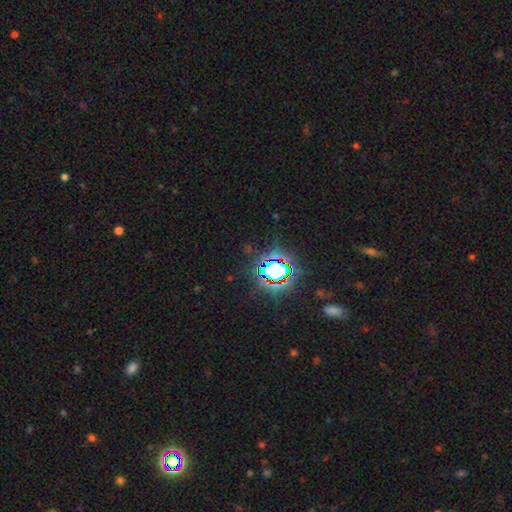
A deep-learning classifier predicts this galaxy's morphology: Smooth or featured? Predicted: star or artifact (p=0.79).